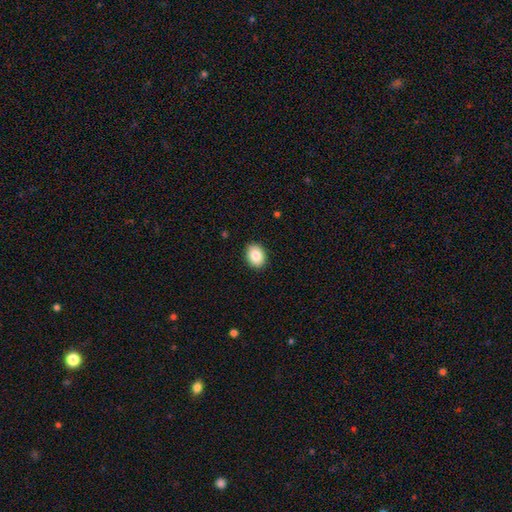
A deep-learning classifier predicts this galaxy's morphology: Overall: smooth (86%). How rounded: in between (64%; round 35%). Merging: none (90%).